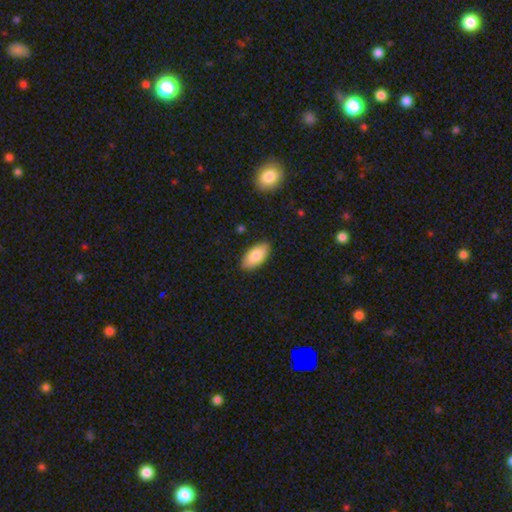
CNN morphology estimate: smooth 84%, featured or disk 10%, star or artifact 6%. Down the decision tree: how rounded — in between (94%); merging — none (88%).